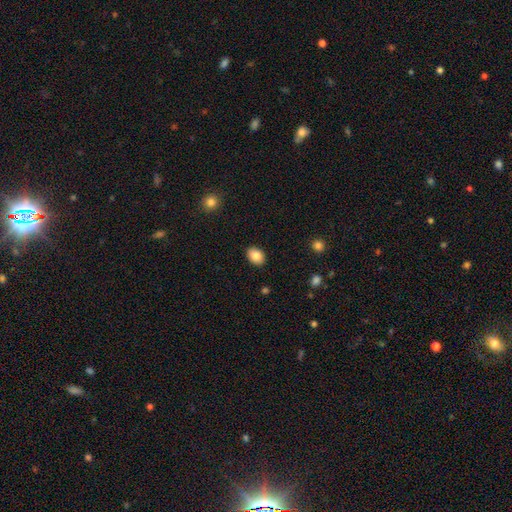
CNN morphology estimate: The model was most divided on "how rounded": in between: 69%, round: 30%, cigar-shaped: 1%. More confident: merging — none (89%); smooth or featured — smooth (85%).